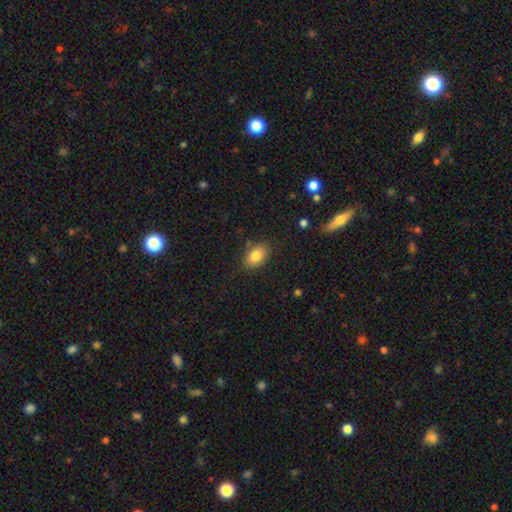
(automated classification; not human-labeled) The model was most divided on "merging": none: 82%, minor disturbance: 13%, major disturbance: 3%, merger: 2%. More confident: how rounded — in between (85%); smooth or featured — smooth (82%).